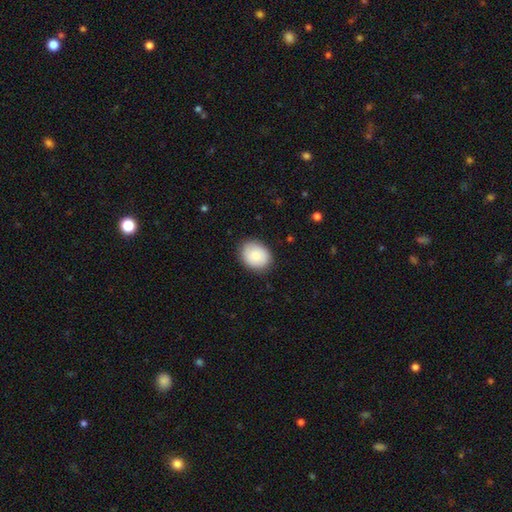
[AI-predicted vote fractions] Smooth or featured: smooth — 83% (featured or disk — 11%)
How rounded: in between — 51% (round — 48%)
Merging: none — 85% (minor disturbance — 11%)